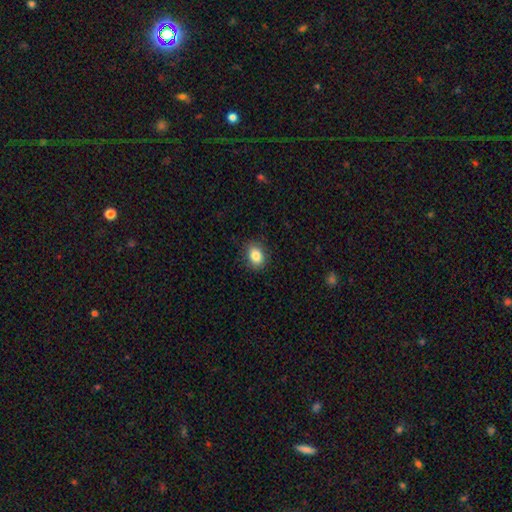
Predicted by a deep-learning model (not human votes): This appears to be a smooth galaxy with no disk features (85%) that is in between round and cigar-shaped (64%). Merging: none (87%).